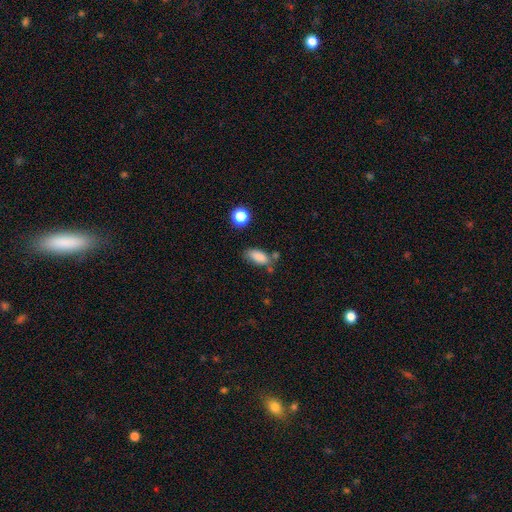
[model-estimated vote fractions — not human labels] smooth_or_featured: smooth (p=0.84) [alt: star or artifact p=0.10]
how_rounded: in between (p=0.85) [alt: cigar-shaped p=0.10]
merging: none (p=0.59) [alt: minor disturbance p=0.23]